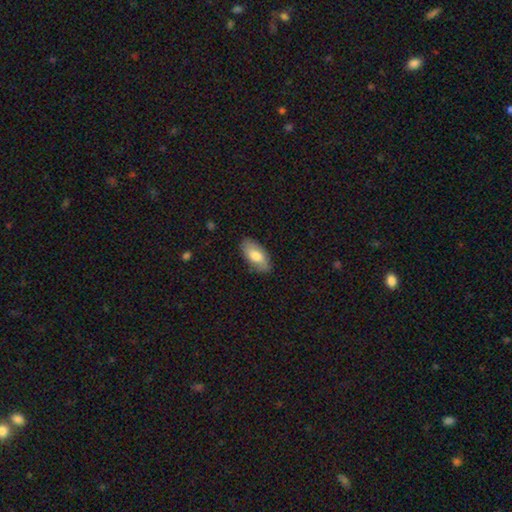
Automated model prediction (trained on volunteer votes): Q: Smooth or featured?
A: smooth (72%); runner-up: featured or disk (22%)
Q: How rounded?
A: in between (92%); runner-up: cigar-shaped (6%)
Q: Merging?
A: none (83%); runner-up: minor disturbance (13%)